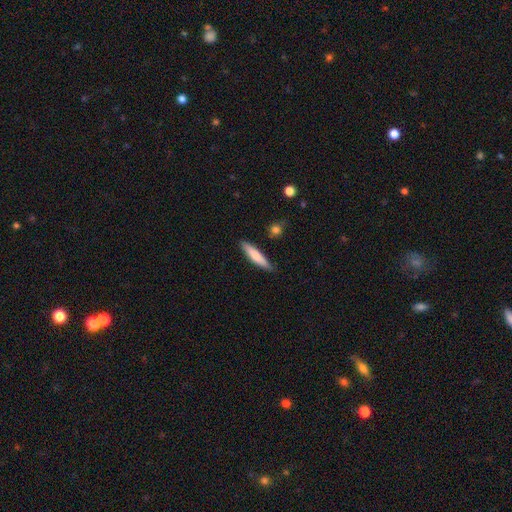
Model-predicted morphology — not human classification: Q: Smooth or featured?
A: smooth (74%); runner-up: featured or disk (20%)
Q: How rounded?
A: cigar-shaped (83%); runner-up: in between (16%)
Q: Merging?
A: none (86%); runner-up: minor disturbance (11%)